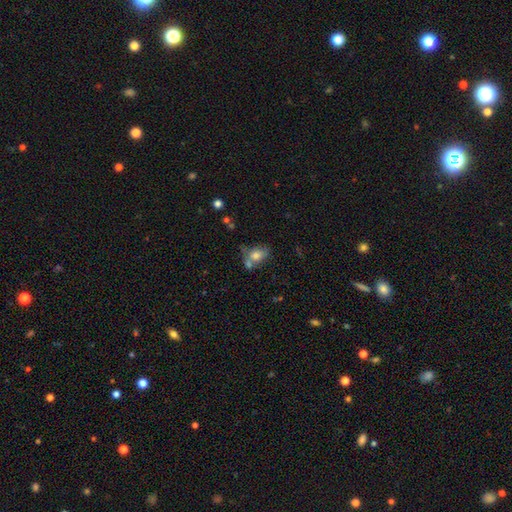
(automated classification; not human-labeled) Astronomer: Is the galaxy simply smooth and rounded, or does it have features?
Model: smooth — 72%.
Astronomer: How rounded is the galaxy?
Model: in between — 73%.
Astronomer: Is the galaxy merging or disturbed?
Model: none — 43% (runner-up: merger, 31%).